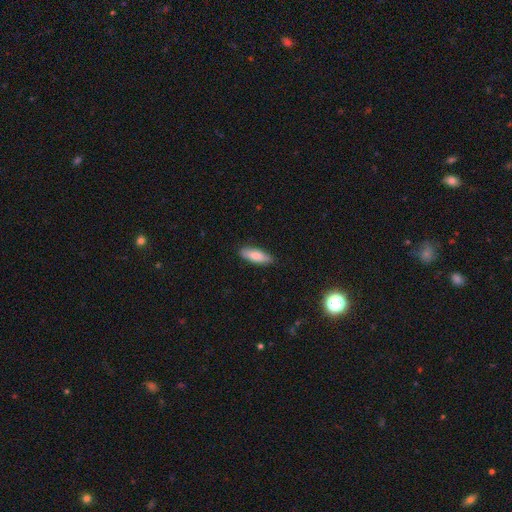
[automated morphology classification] Overall: smooth (81%). How rounded: in between (56%; cigar-shaped 42%). Merging: none (86%).